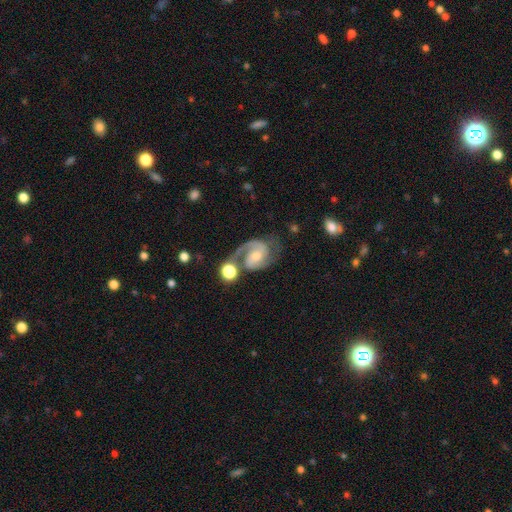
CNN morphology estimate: A featured or disk galaxy (86%) with no bar (50%), 2 (63%) medium (51%) spiral arms (96%) and a moderate central bulge (56%).

Vote fractions:
- Smooth or featured? featured or disk: 86% / smooth: 9% / star or artifact: 5%
- Edge-on disk? no: 98% / yes: 2%
- Bar? no: 50% / weak: 40% / strong: 10%
- Spiral arms? yes: 96% / no: 4%
- Spiral winding? medium: 51% / tight: 26% / loose: 23%
- Spiral arm count? 2: 63% / 1: 30% / can't tell: 3% / 3: 2% / 4: 1% / more than 4: 1%
- Bulge size? moderate: 56% / small: 31% / large: 7% / none: 4% / dominant: 1%
- Merging? none: 46% / major disturbance: 20% / minor disturbance: 18% / merger: 16%